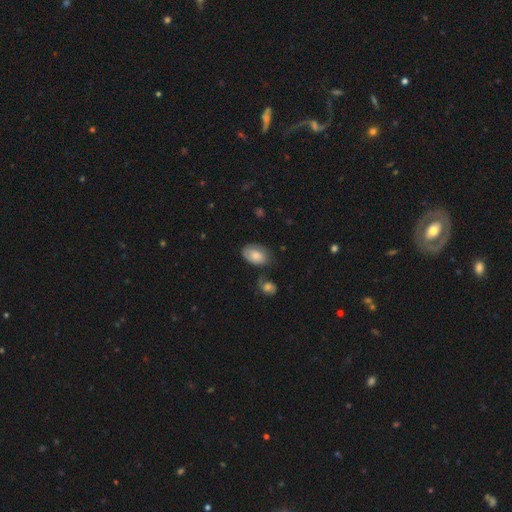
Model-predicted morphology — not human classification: Smooth or featured? Predicted: smooth (p=0.72). How rounded? Predicted: in between (p=0.89). Merging? Predicted: none (p=0.57).